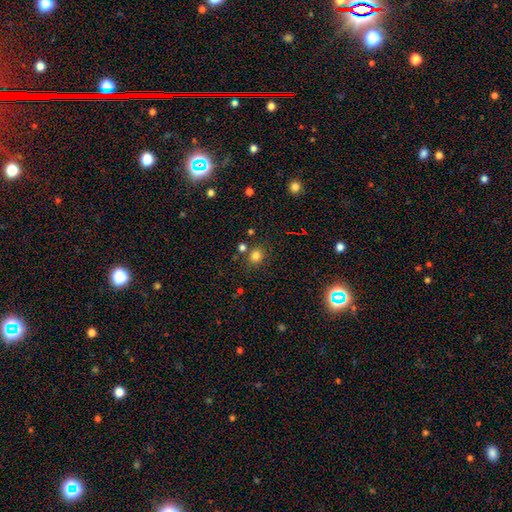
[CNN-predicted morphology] A smooth galaxy with no disk features (80%) that is round (81%).

Vote fractions:
- Smooth or featured? smooth: 80% / star or artifact: 15% / featured or disk: 6%
- How rounded? round: 81% / in between: 18% / cigar-shaped: 1%
- Merging? none: 78% / minor disturbance: 10% / merger: 9% / major disturbance: 3%